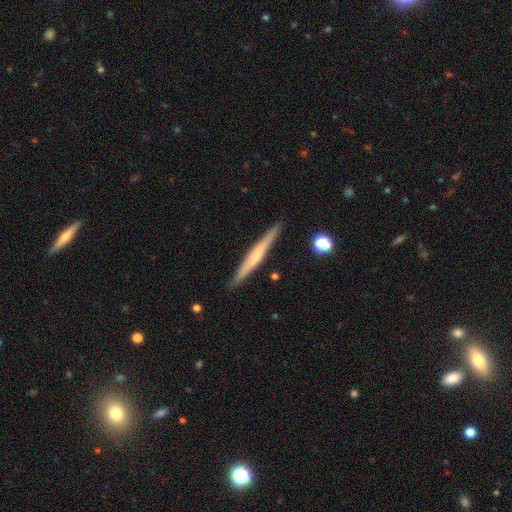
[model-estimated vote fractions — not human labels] Overall: featured or disk (52%; smooth 42%). Edge-on disk: yes (97%). Edge-on bulge: none (58%; rounded 29%). Merging: none (90%).